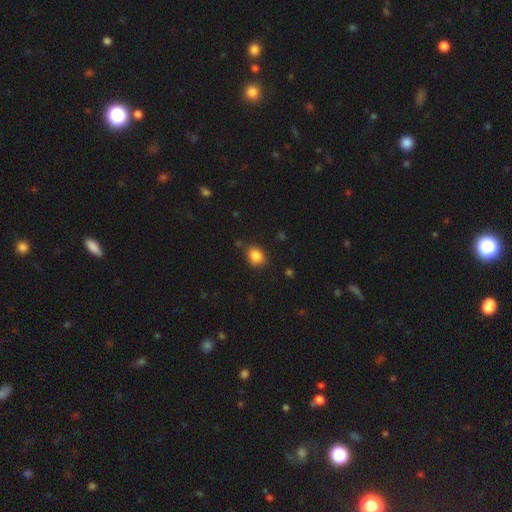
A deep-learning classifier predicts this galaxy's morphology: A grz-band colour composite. It shows a smooth galaxy with no disk features (85%) that is in between round and cigar-shaped (61%). Merging: none (79%).